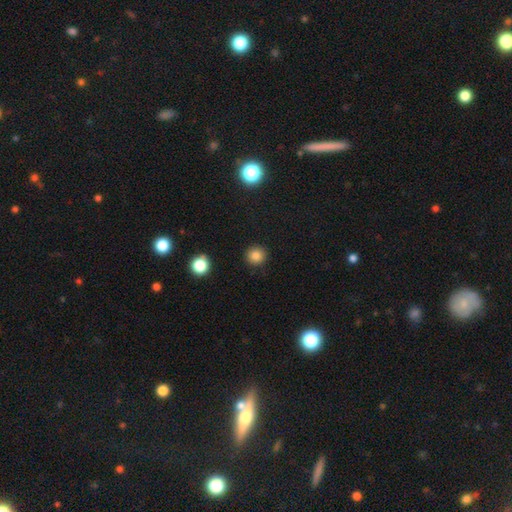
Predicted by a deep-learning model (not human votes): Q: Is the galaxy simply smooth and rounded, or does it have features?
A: smooth — 83%.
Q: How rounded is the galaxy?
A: round — 93%.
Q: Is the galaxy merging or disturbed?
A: none — 91%.